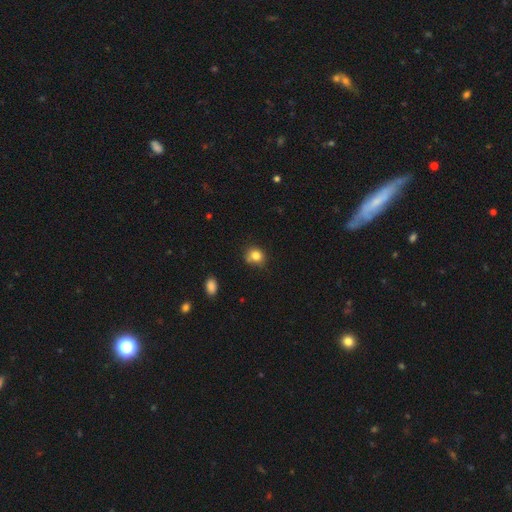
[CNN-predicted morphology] This appears to be a smooth galaxy with no disk features (81%) that is round (70%). Merging: none (63%).